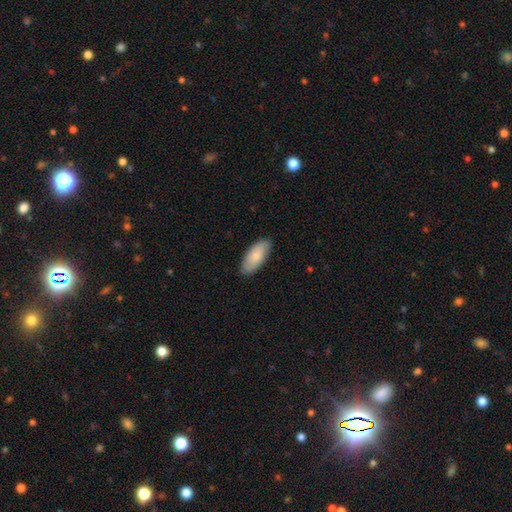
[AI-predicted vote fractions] Morphology: type=smooth (78%); roundness=in between (88%); merging=none (85%).